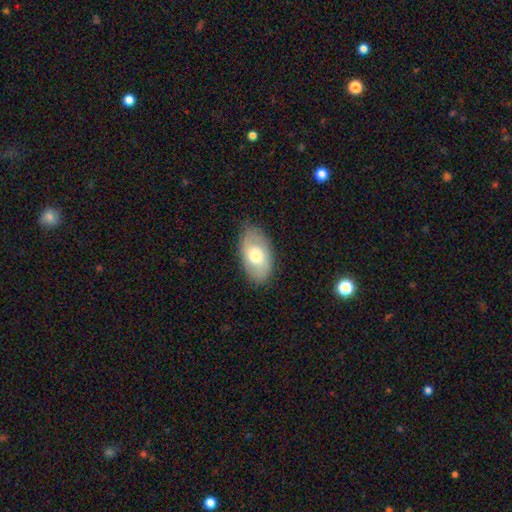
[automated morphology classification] Smooth or featured? Predicted: smooth (p=0.63). How rounded? Predicted: in between (p=0.93). Merging? Predicted: none (p=0.80).